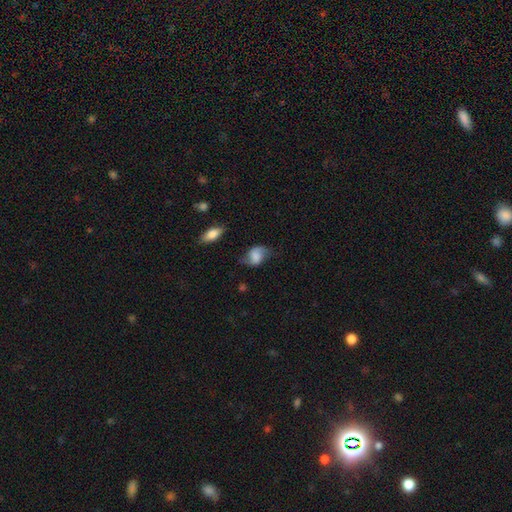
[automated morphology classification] A smooth galaxy with no disk features (48%).

Vote fractions:
- Smooth or featured? smooth: 48% / featured or disk: 43% / star or artifact: 9%
- Merging? none: 58% / minor disturbance: 27% / major disturbance: 11% / merger: 3%